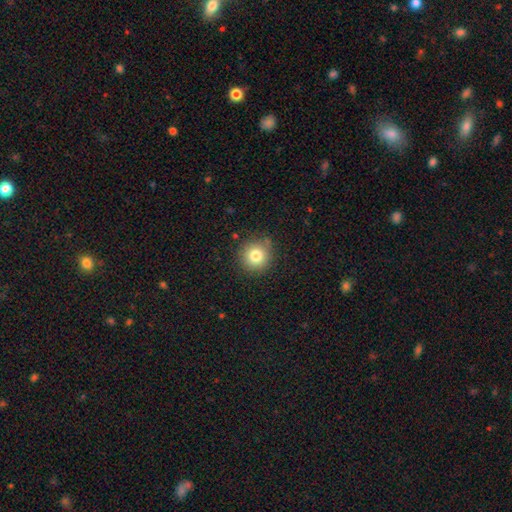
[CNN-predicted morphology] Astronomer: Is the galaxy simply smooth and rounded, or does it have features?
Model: smooth — 80%.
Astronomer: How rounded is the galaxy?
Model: round — 93%.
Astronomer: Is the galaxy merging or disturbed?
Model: none — 83%.